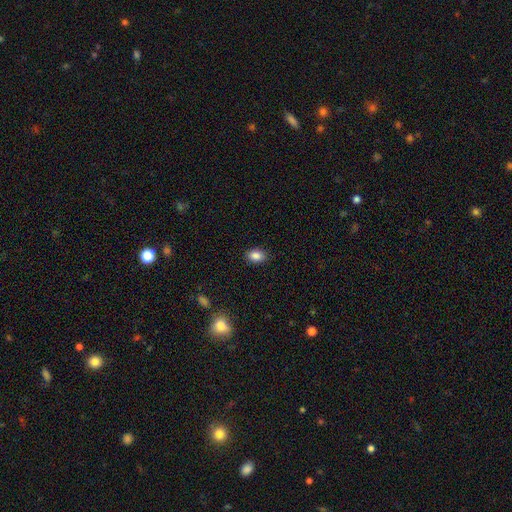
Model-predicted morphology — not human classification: smooth 87%, star or artifact 9%, featured or disk 4%. Down the decision tree: how rounded — in between (80%); merging — none (88%).